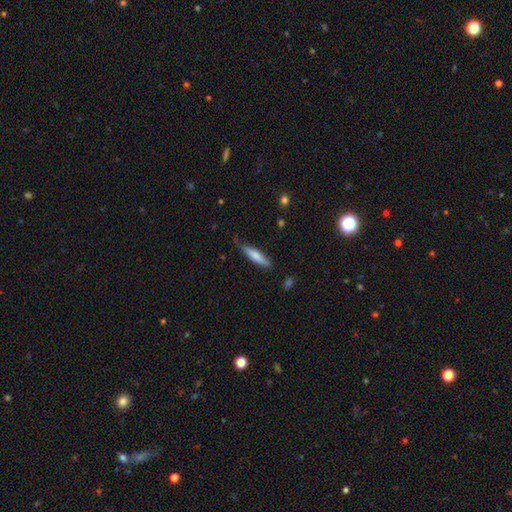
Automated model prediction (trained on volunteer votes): A smooth galaxy with no disk features (71%) that is cigar-shaped (82%).

Vote fractions:
- Smooth or featured? smooth: 71% / featured or disk: 23% / star or artifact: 5%
- How rounded? cigar-shaped: 82% / in between: 17% / round: 1%
- Merging? none: 66% / minor disturbance: 27% / major disturbance: 5% / merger: 2%